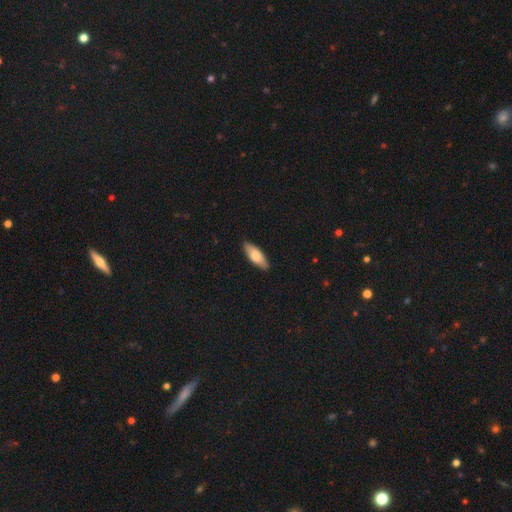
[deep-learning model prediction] Overall: smooth (75%). How rounded: in between (71%). Merging: none (88%).